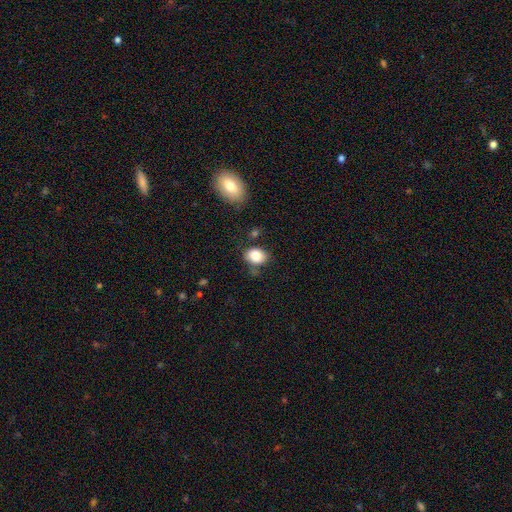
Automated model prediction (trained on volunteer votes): smooth-or-featured: smooth: 84% | star or artifact: 9% | featured or disk: 7%
  how-rounded: in between: 60% | round: 39% | cigar-shaped: 1%
  merging: none: 64% | minor disturbance: 23% | major disturbance: 7% | merger: 6%